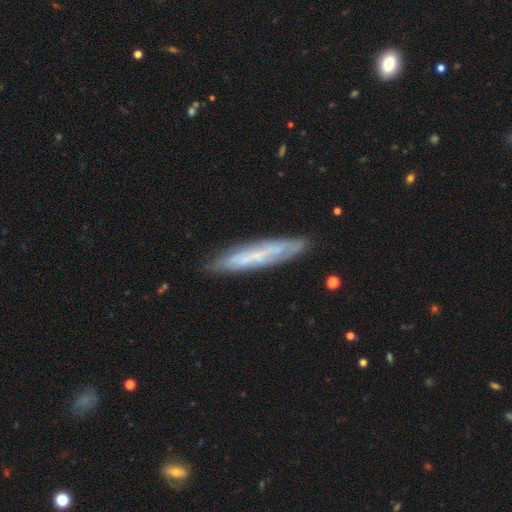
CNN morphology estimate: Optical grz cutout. It shows a featured or disk galaxy (52%) viewed edge-on (65%). Merging: none (81%).